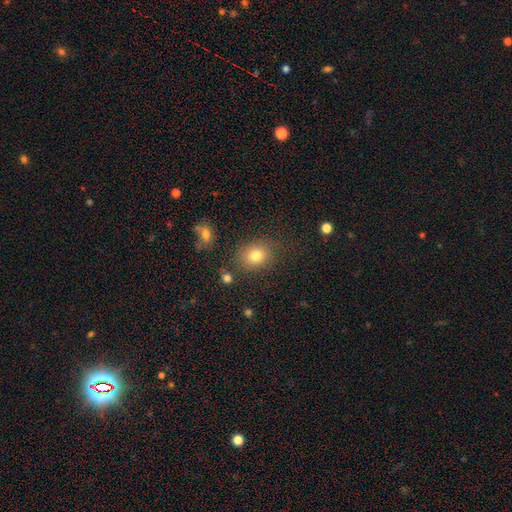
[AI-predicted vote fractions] smooth 79%, star or artifact 12%, featured or disk 9%. Down the decision tree: how rounded — round (59%); merging — none (78%).